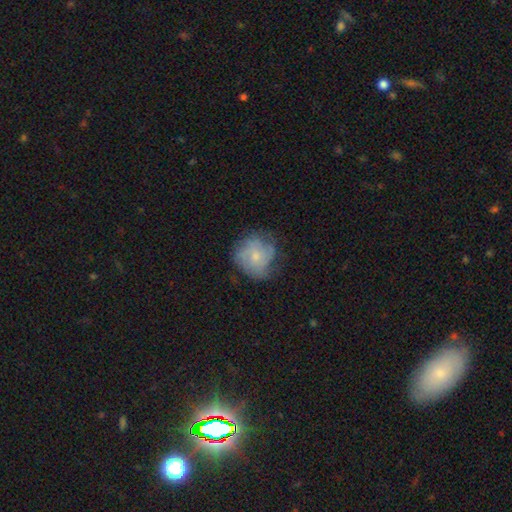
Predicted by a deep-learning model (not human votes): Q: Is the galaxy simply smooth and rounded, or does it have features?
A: featured or disk — 46%.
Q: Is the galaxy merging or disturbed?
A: none — 60%.